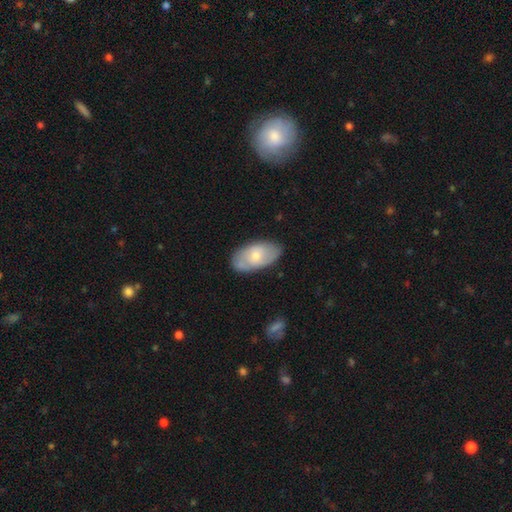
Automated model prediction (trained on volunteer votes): Smooth or featured: smooth — 56% (featured or disk — 38%)
How rounded: in between — 94% (round — 4%)
Merging: none — 76% (minor disturbance — 18%)